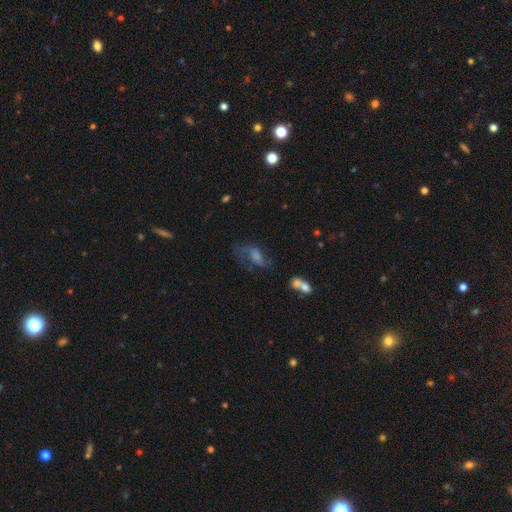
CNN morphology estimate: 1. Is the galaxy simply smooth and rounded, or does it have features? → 51% featured or disk, 31% smooth, 18% star or artifact.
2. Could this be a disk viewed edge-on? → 91% no, 9% yes.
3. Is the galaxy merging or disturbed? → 47% none, 24% major disturbance, 22% minor disturbance, 7% merger.